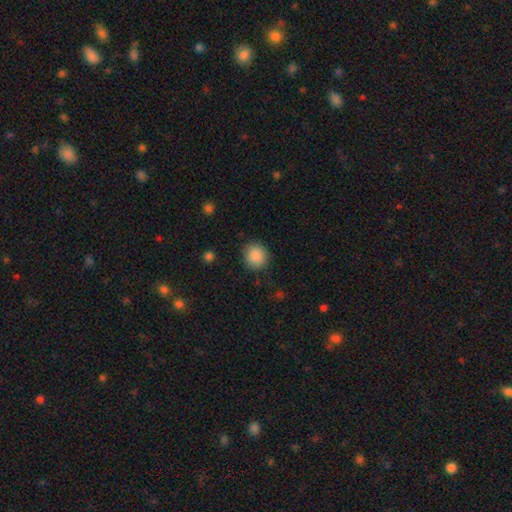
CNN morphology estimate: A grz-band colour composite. It shows a smooth galaxy with no disk features (88%) that is round (88%). Merging: none (88%).